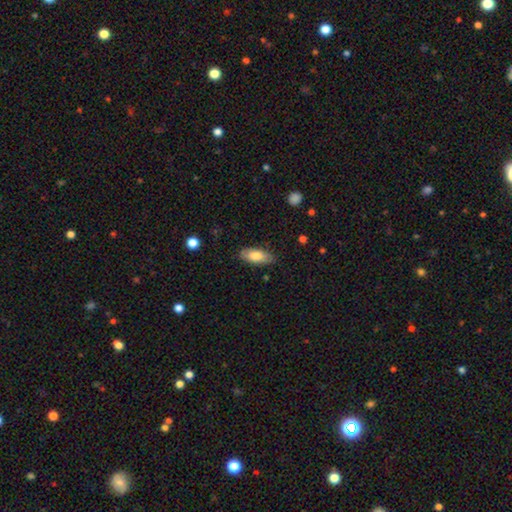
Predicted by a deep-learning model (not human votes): Smooth or featured: smooth — 79% (featured or disk — 15%)
How rounded: in between — 83% (cigar-shaped — 15%)
Merging: none — 85% (minor disturbance — 11%)